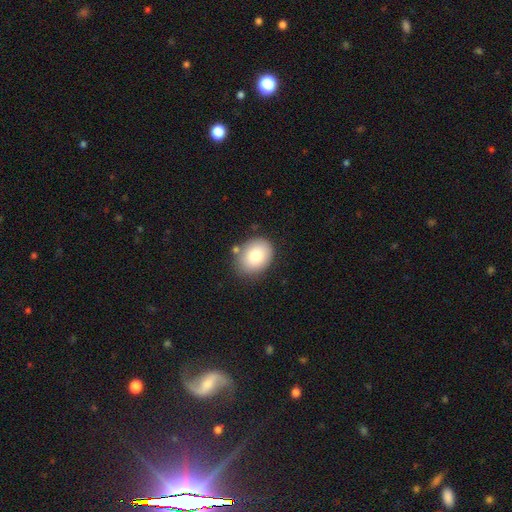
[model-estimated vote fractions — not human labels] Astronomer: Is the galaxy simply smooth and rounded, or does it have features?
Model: smooth — 82%.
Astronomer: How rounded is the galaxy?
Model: in between — 61% (runner-up: round, 38%).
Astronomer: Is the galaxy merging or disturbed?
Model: none — 78%.